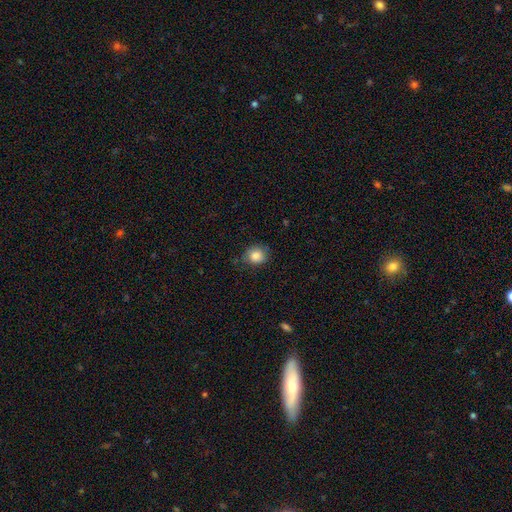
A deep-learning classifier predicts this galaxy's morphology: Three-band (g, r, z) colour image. It shows a smooth galaxy with no disk features (84%) that is round (75%). Merging: none (75%).